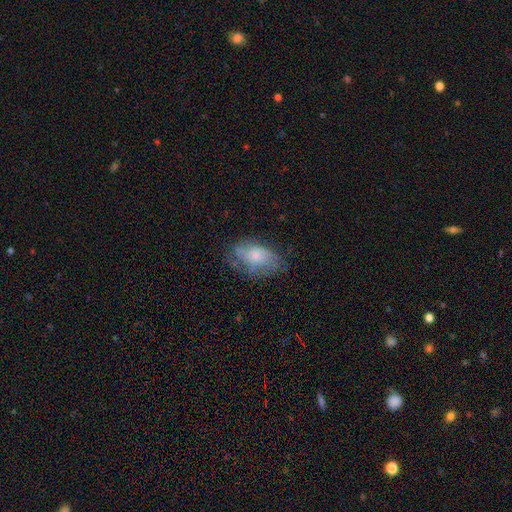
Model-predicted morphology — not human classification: This is possibly a smooth galaxy (60%). How rounded: clearly in between (88%). Merging: possibly none (56%).